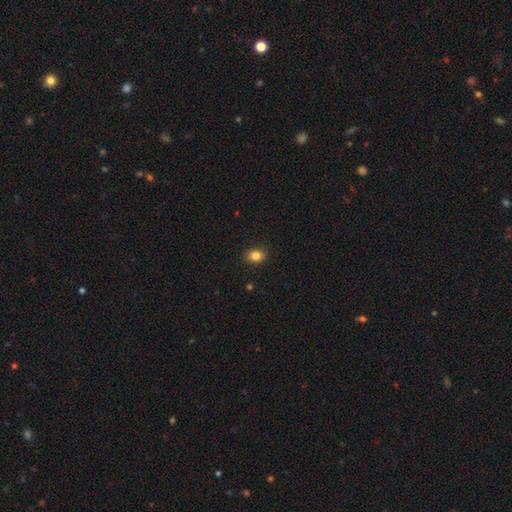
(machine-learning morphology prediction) Overall: smooth (85%). How rounded: in between (61%; round 38%). Merging: none (89%).